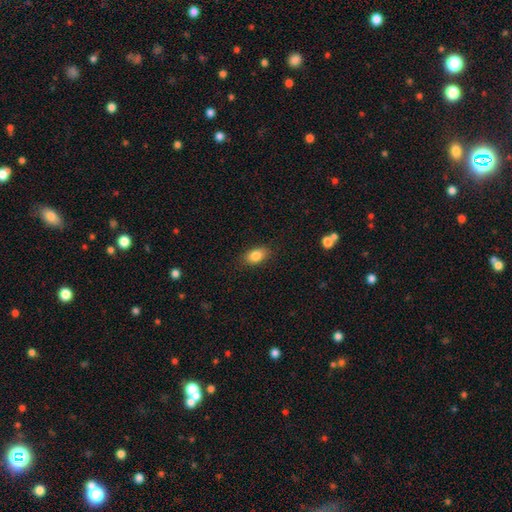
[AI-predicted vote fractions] Q: Smooth or featured?
A: smooth (84%); runner-up: star or artifact (8%)
Q: How rounded?
A: in between (87%); runner-up: round (11%)
Q: Merging?
A: none (85%); runner-up: minor disturbance (11%)